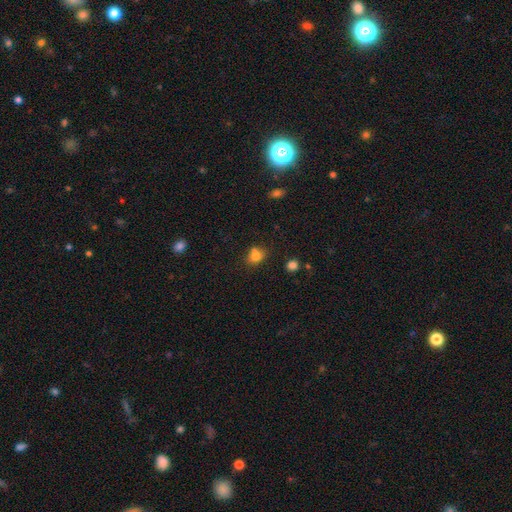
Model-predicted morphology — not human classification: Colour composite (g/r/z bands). It shows a smooth galaxy with no disk features (76%) that is round (51%). Merging: none (47%).